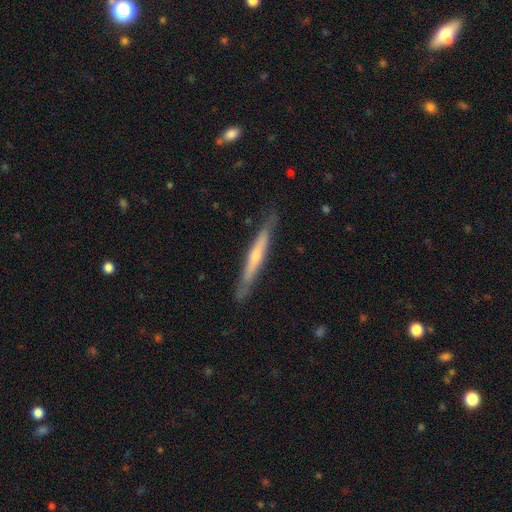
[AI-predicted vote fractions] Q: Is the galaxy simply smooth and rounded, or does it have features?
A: featured or disk — 59%.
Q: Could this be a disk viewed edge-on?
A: yes — 94%.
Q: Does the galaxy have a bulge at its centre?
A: rounded — 58%.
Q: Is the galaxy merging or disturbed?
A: none — 84%.